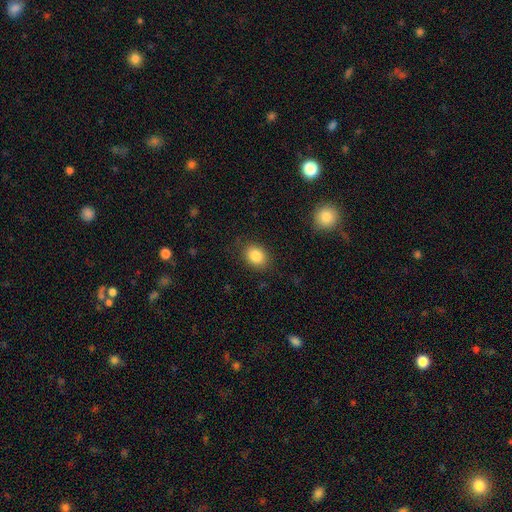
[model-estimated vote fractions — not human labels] Smooth or featured? Predicted: smooth (p=0.85). How rounded? Predicted: in between (p=0.58). Merging? Predicted: none (p=0.84).